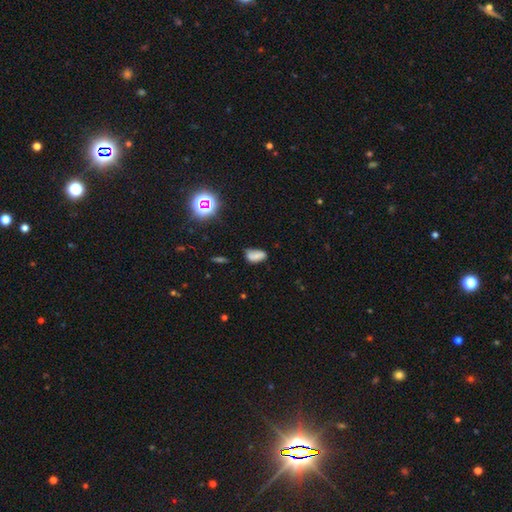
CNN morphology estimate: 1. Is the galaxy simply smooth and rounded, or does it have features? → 68% smooth, 17% featured or disk, 15% star or artifact.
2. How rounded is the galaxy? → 88% in between, 8% round, 4% cigar-shaped.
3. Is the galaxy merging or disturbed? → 51% none, 30% minor disturbance, 11% merger, 9% major disturbance.